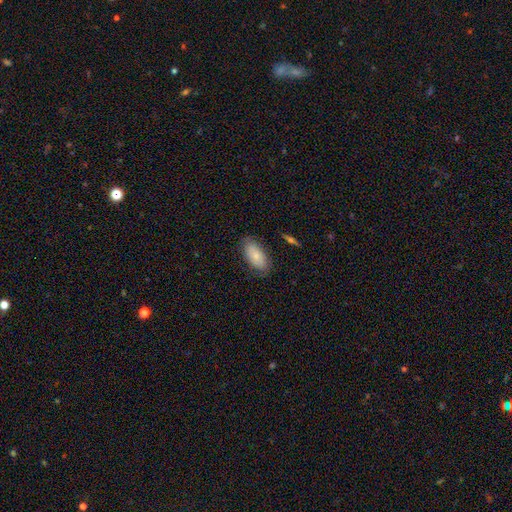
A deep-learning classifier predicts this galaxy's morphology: smooth 76%, featured or disk 18%, star or artifact 6%. Down the decision tree: how rounded — in between (93%); merging — none (79%).